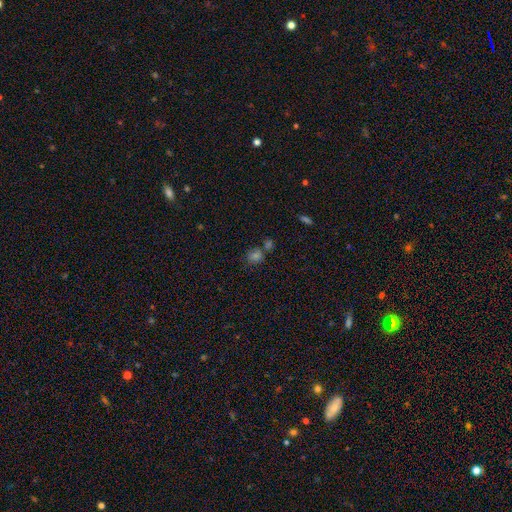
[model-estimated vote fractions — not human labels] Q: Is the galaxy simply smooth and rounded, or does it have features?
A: smooth — 67%.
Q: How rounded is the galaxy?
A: round — 74%.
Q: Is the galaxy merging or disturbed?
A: none — 66%.